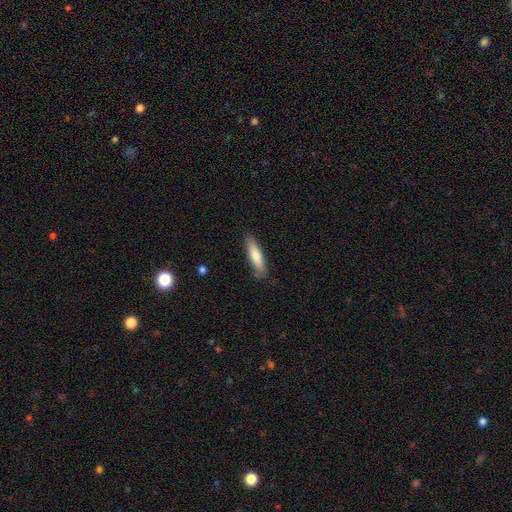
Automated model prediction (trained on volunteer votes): Smooth or featured? Predicted: smooth (p=0.72). How rounded? Predicted: cigar-shaped (p=0.71). Merging? Predicted: none (p=0.85).